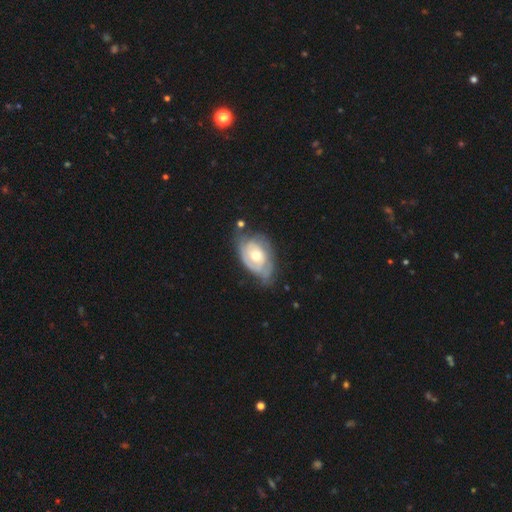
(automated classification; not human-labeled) The model was most divided on "spiral arm count": can't tell: 40%, 2: 33%, 3: 12%, 1: 9%, 4: 3%, more than 4: 3%. More confident: edge-on disk — no (95%); spiral arms — yes (83%); bar — no (77%); smooth or featured — featured or disk (76%); bulge size — moderate (68%); spiral winding — tight (66%); merging — none (51%).